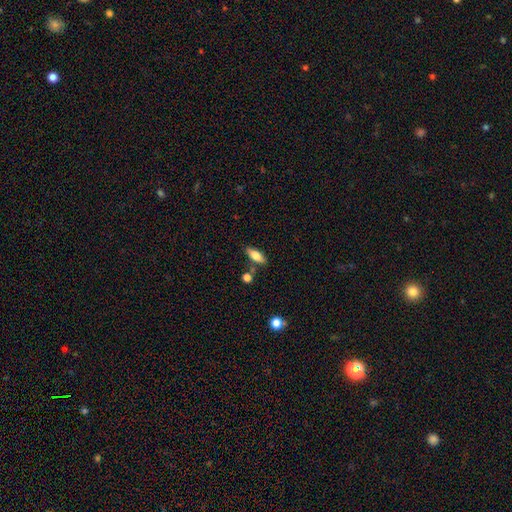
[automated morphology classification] This is likely a smooth galaxy (75%). How rounded: likely in between (75%). Merging: likely none (76%).